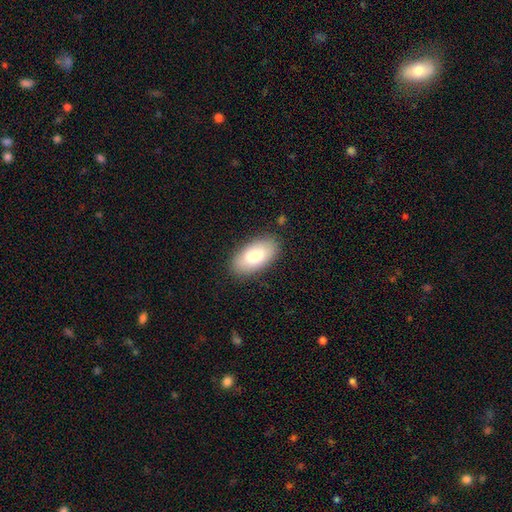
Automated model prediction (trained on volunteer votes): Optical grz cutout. It shows a smooth galaxy with no disk features (81%) that is in between round and cigar-shaped (94%). Merging: none (84%).